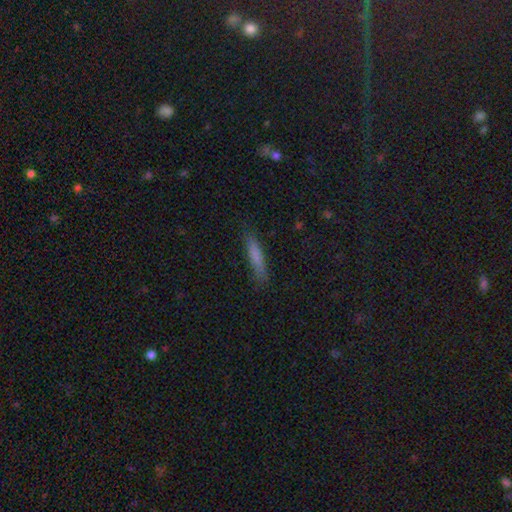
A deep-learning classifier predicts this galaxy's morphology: smooth_or_featured: smooth (p=0.76) [alt: featured or disk p=0.17]
how_rounded: cigar-shaped (p=0.89) [alt: in between p=0.09]
merging: none (p=0.85) [alt: minor disturbance p=0.11]